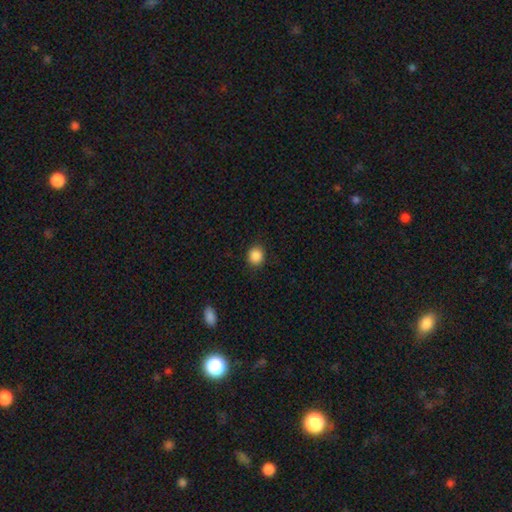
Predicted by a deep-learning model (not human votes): smooth_or_featured: smooth (p=0.88) [alt: star or artifact p=0.09]
how_rounded: round (p=0.78) [alt: in between p=0.21]
merging: none (p=0.89) [alt: minor disturbance p=0.08]